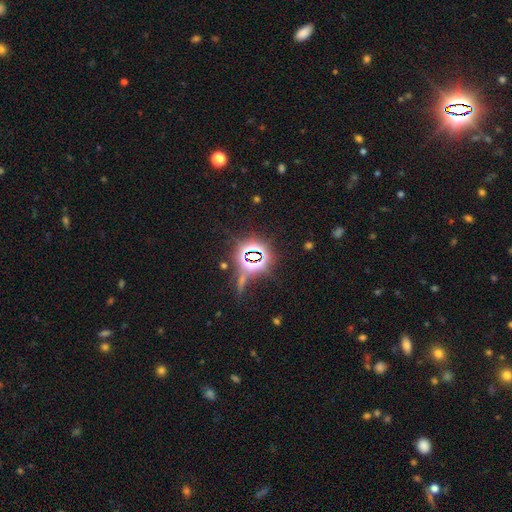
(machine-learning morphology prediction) type=star or artifact (80%).